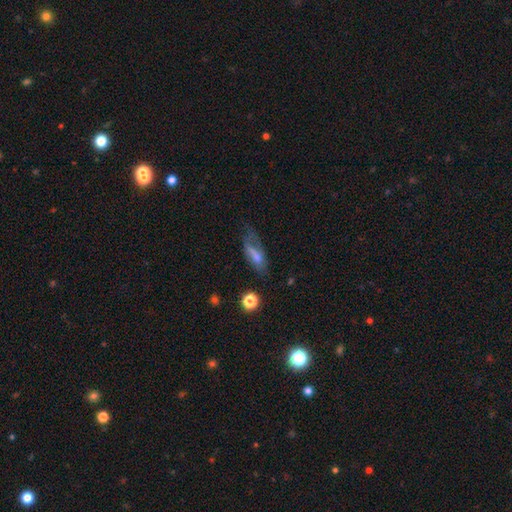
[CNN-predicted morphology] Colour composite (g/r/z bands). It shows a smooth galaxy with no disk features (46%). Merging: none (42%).